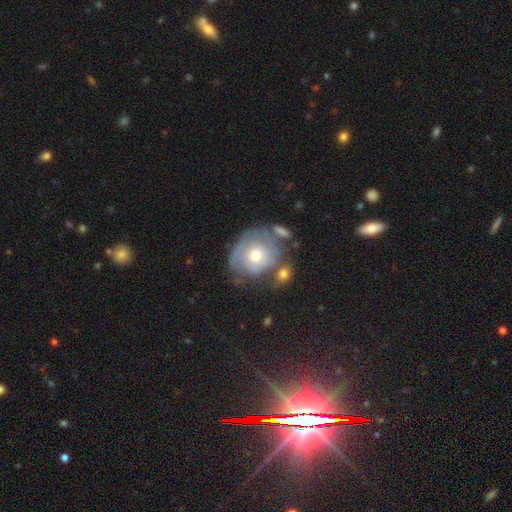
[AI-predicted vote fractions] Morphology: type=featured or disk (50%); edge-on=no (96%); merging=none (48%).